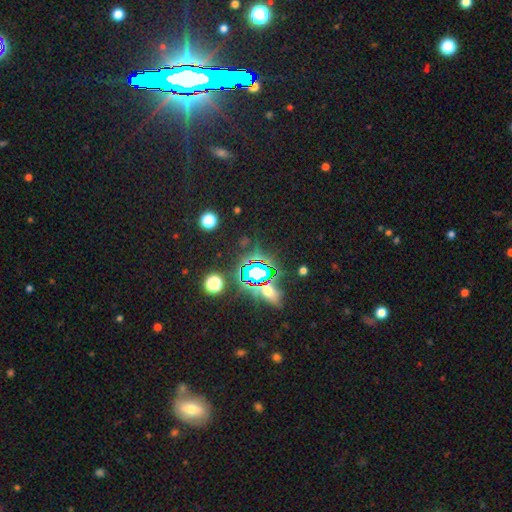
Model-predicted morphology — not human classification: A star or artifact, not a galaxy (79%).